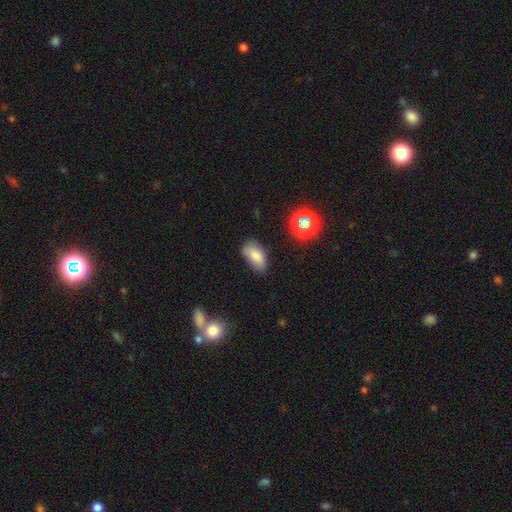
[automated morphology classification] A smooth galaxy with no disk features (78%) that is in between round and cigar-shaped (92%). Merging: none (57%).